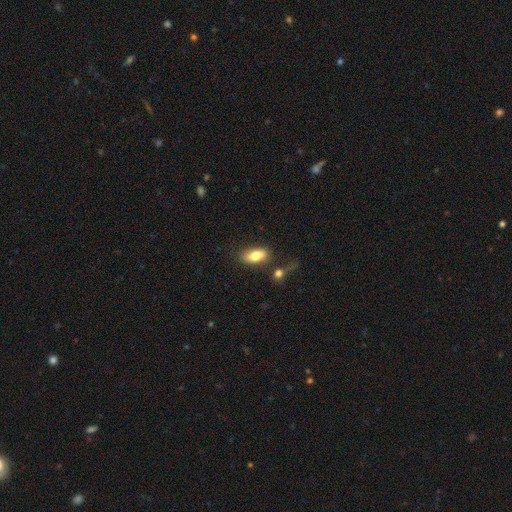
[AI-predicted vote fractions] Smooth or featured?
  - smooth: 77% *
  - featured or disk: 16%
  - star or artifact: 7%
How rounded?
  - in between: 88% *
  - cigar-shaped: 6%
  - round: 5%
Merging?
  - none: 68% *
  - minor disturbance: 15%
  - merger: 11%
  - major disturbance: 6%